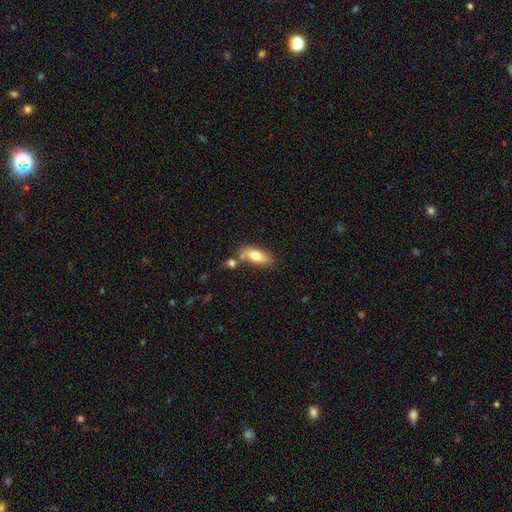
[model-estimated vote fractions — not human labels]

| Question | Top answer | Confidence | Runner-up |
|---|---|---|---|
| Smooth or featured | smooth | 73% | featured or disk (21%) |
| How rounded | in between | 80% | cigar-shaped (17%) |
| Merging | none | 62% | merger (18%) |